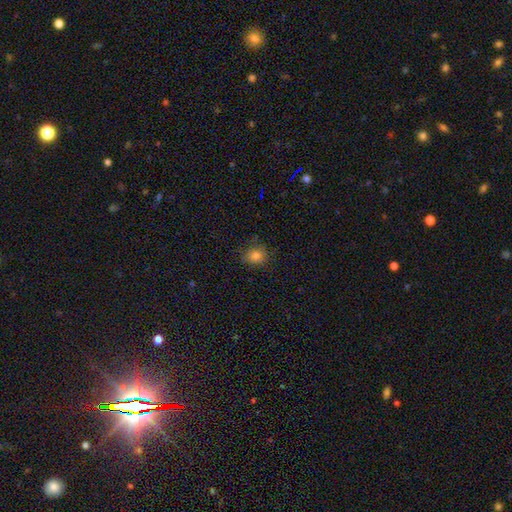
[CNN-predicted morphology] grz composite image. It shows a smooth galaxy with no disk features (79%) that is round (73%). Merging: none (78%).